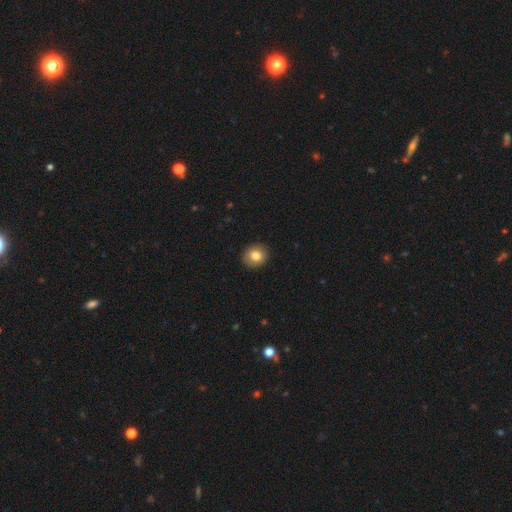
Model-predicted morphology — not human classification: A smooth galaxy with no disk features (82%) that is round (78%). Merging: none (91%).